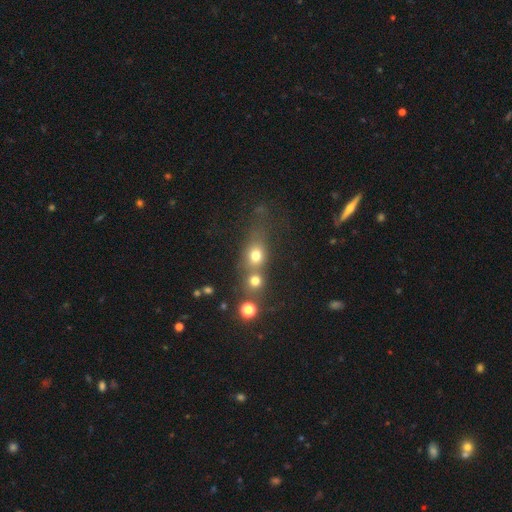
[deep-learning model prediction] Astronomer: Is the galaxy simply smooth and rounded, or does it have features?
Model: smooth — 70%.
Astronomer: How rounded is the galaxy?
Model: round — 65%.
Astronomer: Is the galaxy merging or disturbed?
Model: merger — 46% (runner-up: none, 38%).